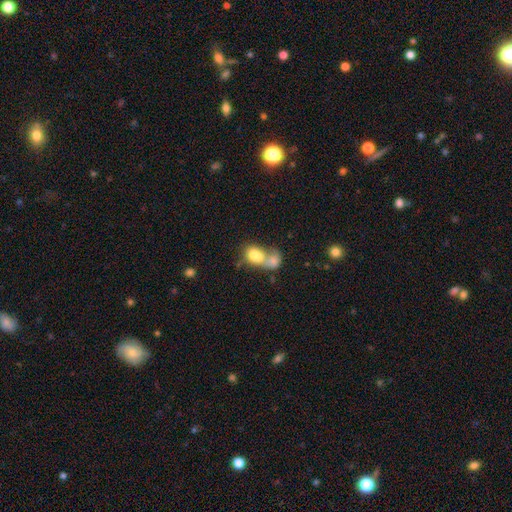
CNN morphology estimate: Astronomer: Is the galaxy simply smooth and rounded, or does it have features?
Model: smooth — 74%.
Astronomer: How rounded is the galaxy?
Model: in between — 64%.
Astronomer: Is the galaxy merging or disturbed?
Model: merger — 74%.